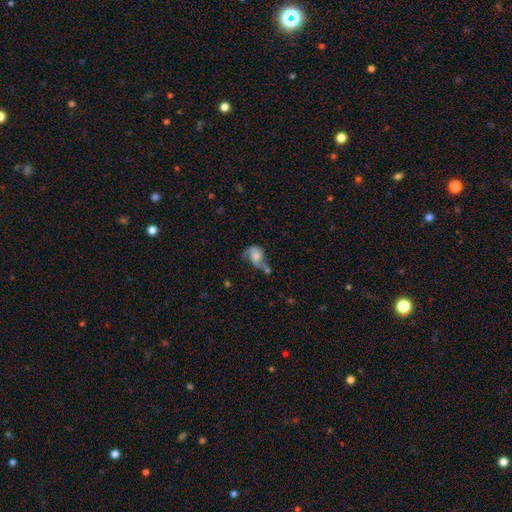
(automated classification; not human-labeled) Smooth or featured? Predicted: featured or disk (p=0.56). Edge-on disk? Predicted: no (p=0.96). Bar? Predicted: no (p=0.69). Spiral arms? Predicted: yes (p=0.79). Bulge size? Predicted: moderate (p=0.36). Merging? Predicted: none (p=0.28).